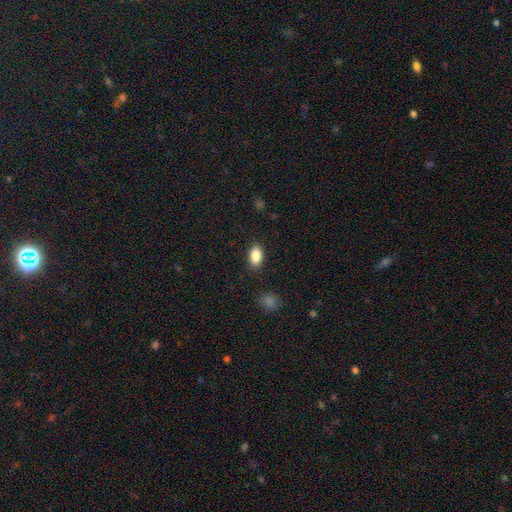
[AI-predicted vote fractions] A smooth galaxy with no disk features (86%) that is in between round and cigar-shaped (91%). Merging: none (87%).